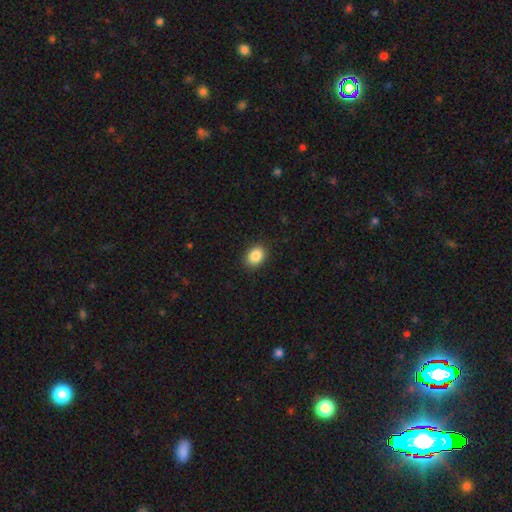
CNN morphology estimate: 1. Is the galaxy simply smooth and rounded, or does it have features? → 87% smooth, 8% star or artifact, 4% featured or disk.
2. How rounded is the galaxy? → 68% in between, 31% round, 1% cigar-shaped.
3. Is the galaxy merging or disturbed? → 89% none, 8% minor disturbance, 2% major disturbance, 1% merger.